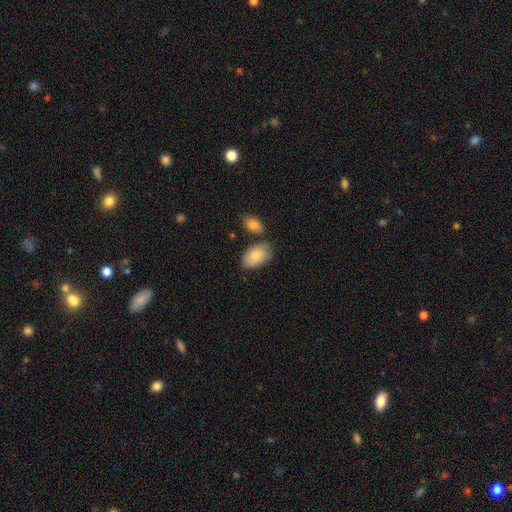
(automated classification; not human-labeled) A smooth galaxy with no disk features (84%) that is in between round and cigar-shaped (94%).

Vote fractions:
- Smooth or featured? smooth: 84% / featured or disk: 10% / star or artifact: 6%
- How rounded? in between: 94% / round: 5% / cigar-shaped: 1%
- Merging? none: 61% / minor disturbance: 21% / merger: 13% / major disturbance: 5%